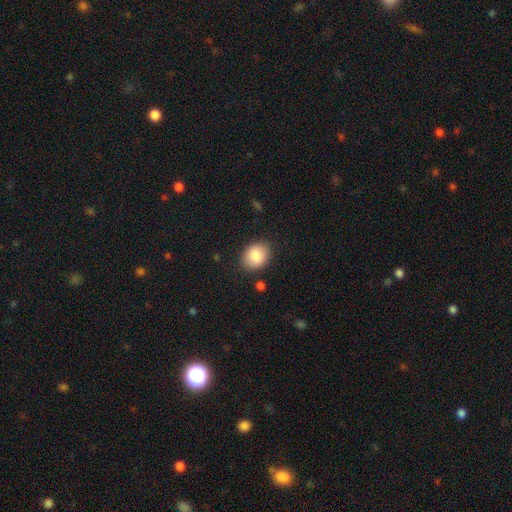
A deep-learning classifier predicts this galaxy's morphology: Smooth or featured? smooth (85%)
How rounded? in between (58%)
Merging? none (83%)